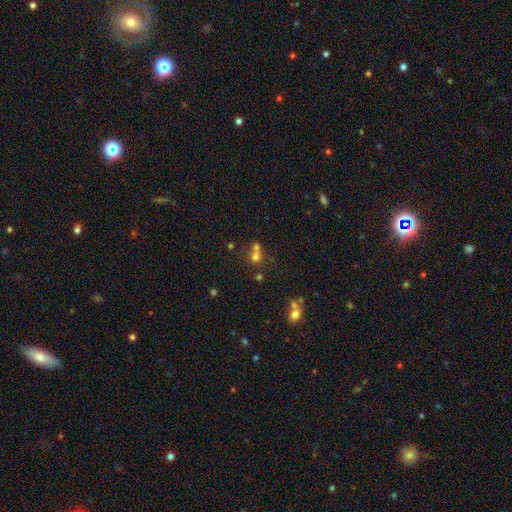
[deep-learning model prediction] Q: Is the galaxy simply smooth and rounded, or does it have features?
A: smooth — 62%.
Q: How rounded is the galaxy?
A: round — 76%.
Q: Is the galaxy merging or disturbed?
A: merger — 49%.